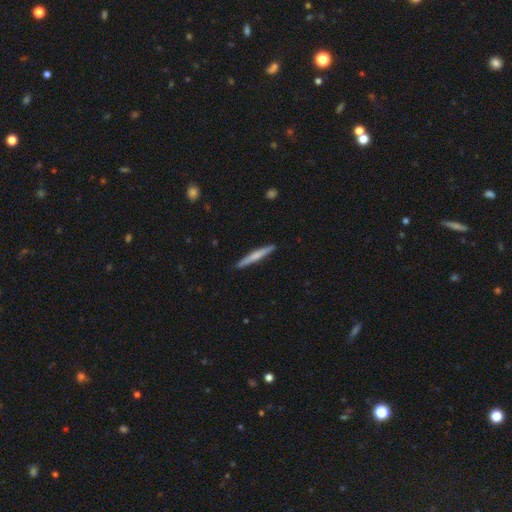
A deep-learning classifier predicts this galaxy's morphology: A smooth galaxy with no disk features (53%) that is cigar-shaped (96%).

Vote fractions:
- Smooth or featured? smooth: 53% / featured or disk: 42% / star or artifact: 5%
- How rounded? cigar-shaped: 96% / in between: 3% / round: 1%
- Merging? none: 92% / minor disturbance: 6% / major disturbance: 1% / merger: 1%